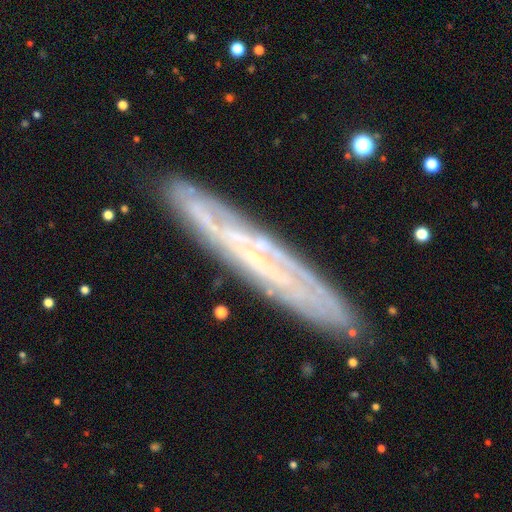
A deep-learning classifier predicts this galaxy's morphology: featured or disk 72%, smooth 18%, star or artifact 10%. Down the decision tree: edge-on disk — yes (62%); merging — none (85%).